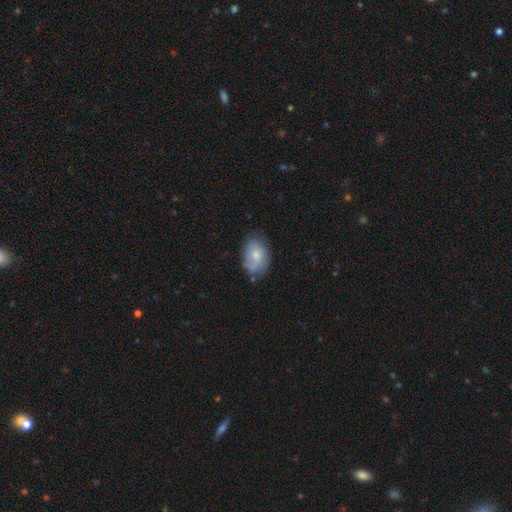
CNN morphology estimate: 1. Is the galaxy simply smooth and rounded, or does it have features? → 69% smooth, 23% featured or disk, 7% star or artifact.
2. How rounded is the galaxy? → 86% in between, 13% round, 1% cigar-shaped.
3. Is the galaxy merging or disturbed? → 61% none, 29% minor disturbance, 8% major disturbance, 3% merger.